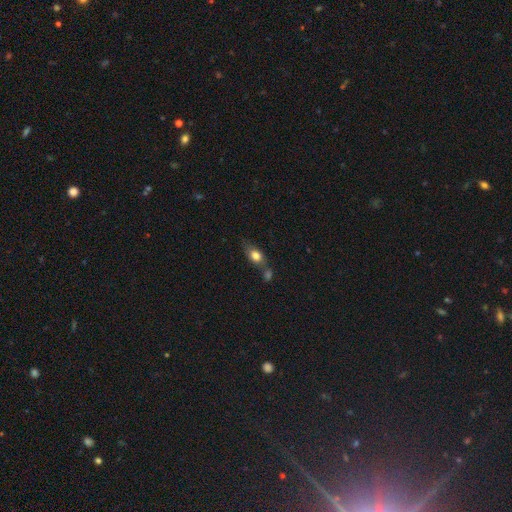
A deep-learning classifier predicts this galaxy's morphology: Overall: smooth (76%). How rounded: in between (73%). Merging: none (46%; merger 30%).